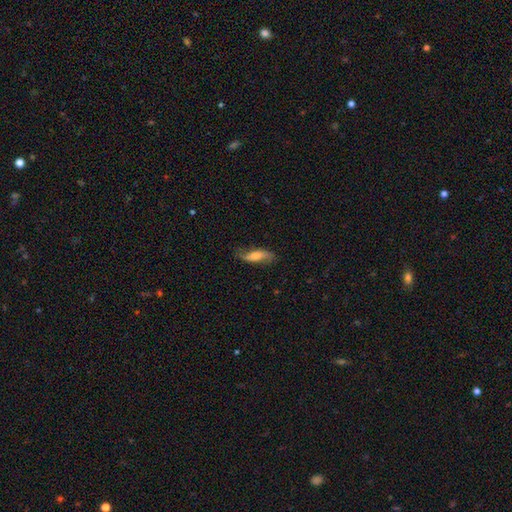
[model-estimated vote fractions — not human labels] Smooth or featured?
  - featured or disk: 48% *
  - smooth: 45%
  - star or artifact: 7%
Merging?
  - none: 71% *
  - minor disturbance: 21%
  - major disturbance: 7%
  - merger: 1%